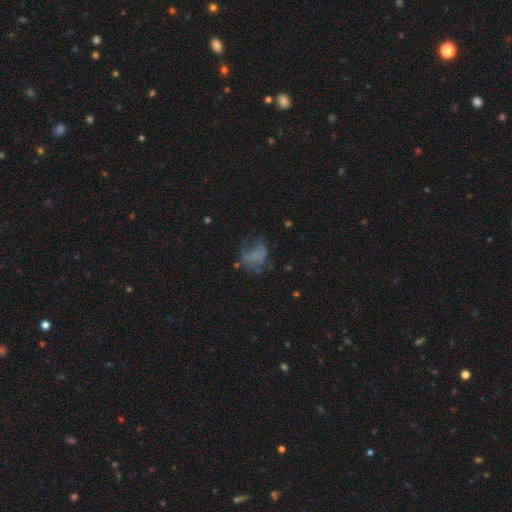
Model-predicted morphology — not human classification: A smooth galaxy with no disk features (53%) that is in between round and cigar-shaped (65%). Merging: major disturbance (41%).